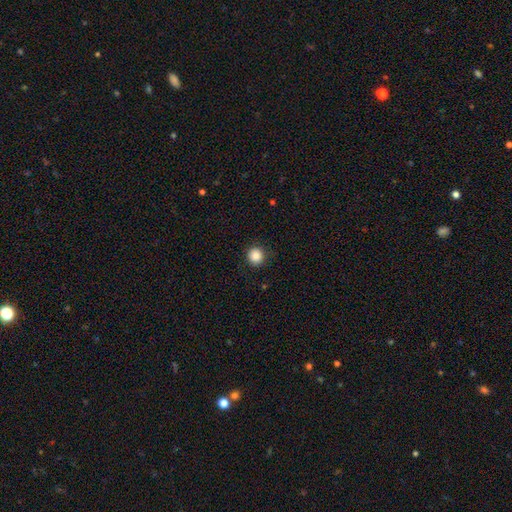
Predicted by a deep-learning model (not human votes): A smooth galaxy with no disk features (87%) that is round (92%).

Vote fractions:
- Smooth or featured? smooth: 87% / star or artifact: 10% / featured or disk: 3%
- How rounded? round: 92% / in between: 7% / cigar-shaped: 1%
- Merging? none: 90% / minor disturbance: 7% / major disturbance: 2% / merger: 1%